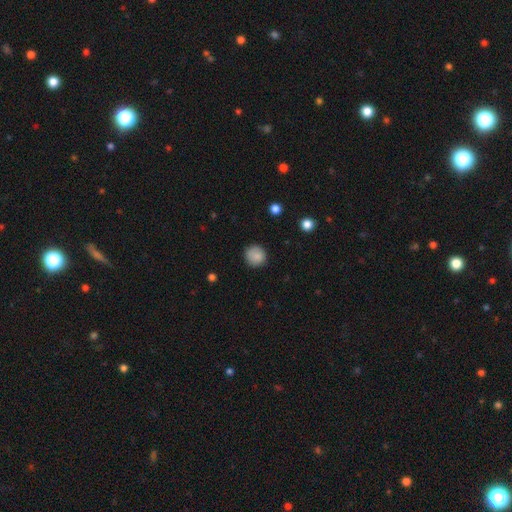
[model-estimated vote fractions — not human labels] Morphology: type=smooth (87%); roundness=round (92%); merging=none (87%).